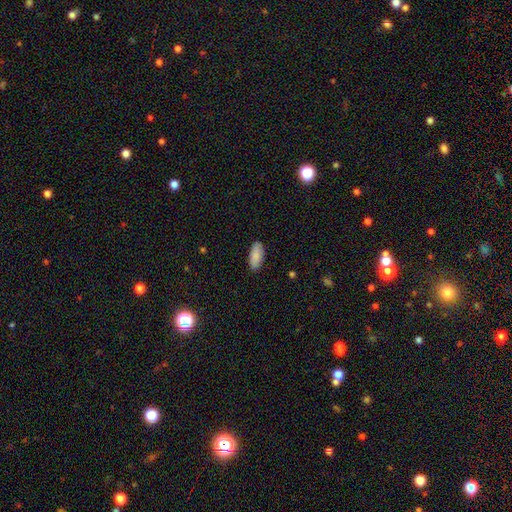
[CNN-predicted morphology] Q: Smooth or featured?
A: smooth (87%); runner-up: featured or disk (7%)
Q: How rounded?
A: in between (88%); runner-up: cigar-shaped (10%)
Q: Merging?
A: none (88%); runner-up: minor disturbance (9%)